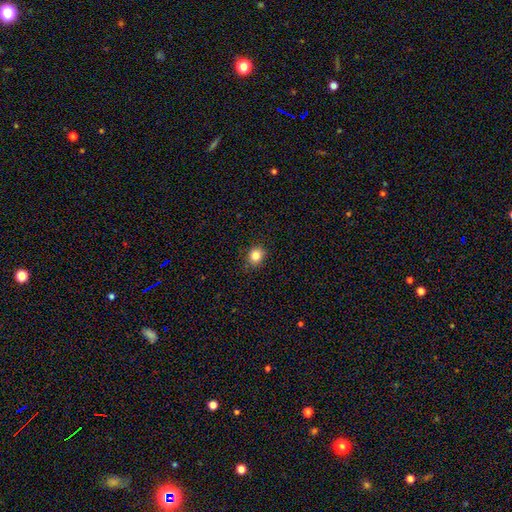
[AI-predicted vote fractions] Smooth or featured? smooth (83%)
How rounded? round (76%)
Merging? none (88%)